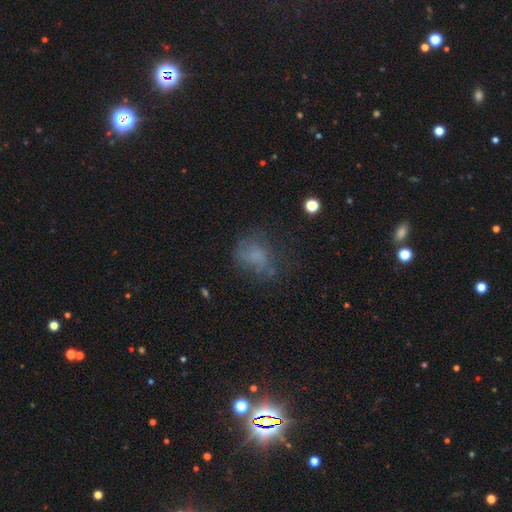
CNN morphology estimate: Q: Smooth or featured?
A: smooth (55%); runner-up: featured or disk (26%)
Q: How rounded?
A: in between (51%); runner-up: round (47%)
Q: Merging?
A: none (46%); runner-up: major disturbance (25%)